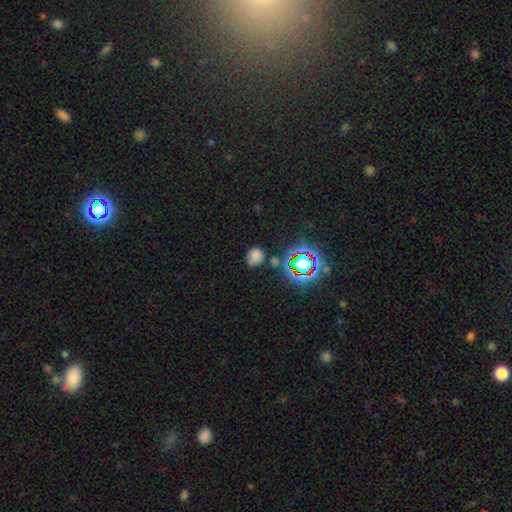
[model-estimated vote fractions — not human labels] Smooth or featured? smooth (69%)
How rounded? round (67%)
Merging? none (66%)